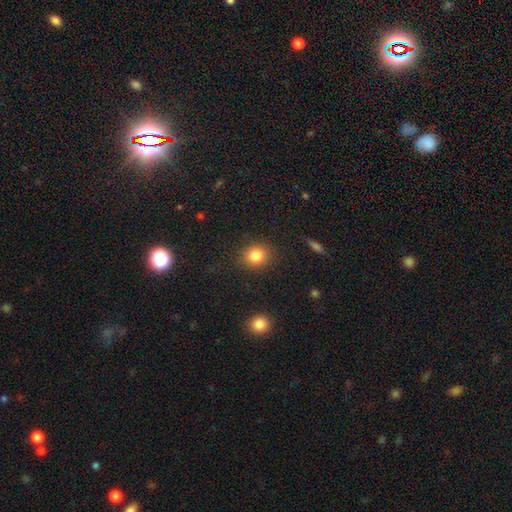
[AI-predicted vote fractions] A smooth galaxy with no disk features (82%) that is round (77%).

Vote fractions:
- Smooth or featured? smooth: 82% / star or artifact: 11% / featured or disk: 7%
- How rounded? round: 77% / in between: 22% / cigar-shaped: 1%
- Merging? none: 86% / minor disturbance: 9% / major disturbance: 3% / merger: 2%